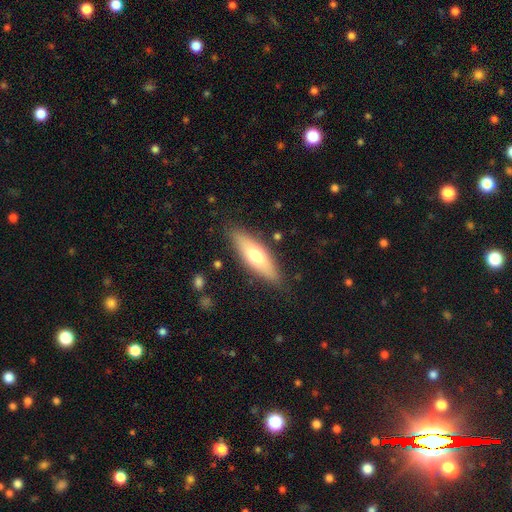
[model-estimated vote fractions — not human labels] A smooth galaxy with no disk features (61%) that is cigar-shaped (50%). Merging: none (84%).